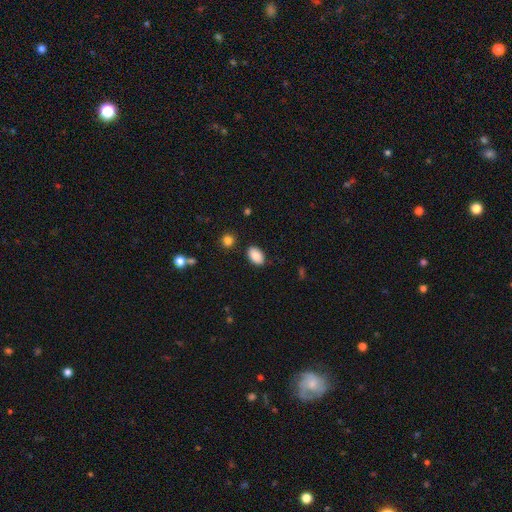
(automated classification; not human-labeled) The model was most divided on "merging": none: 85%, minor disturbance: 10%, major disturbance: 3%, merger: 2%. More confident: how rounded — in between (91%); smooth or featured — smooth (89%).